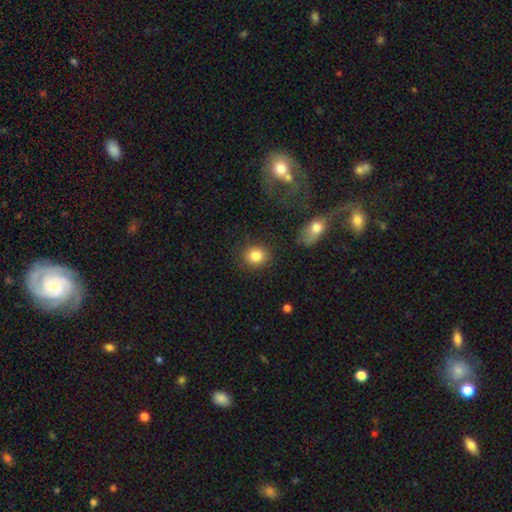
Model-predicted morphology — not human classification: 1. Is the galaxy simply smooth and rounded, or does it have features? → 84% smooth, 10% star or artifact, 6% featured or disk.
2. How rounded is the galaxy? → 71% round, 28% in between, 1% cigar-shaped.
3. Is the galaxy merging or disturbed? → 86% none, 9% minor disturbance, 3% major disturbance, 2% merger.